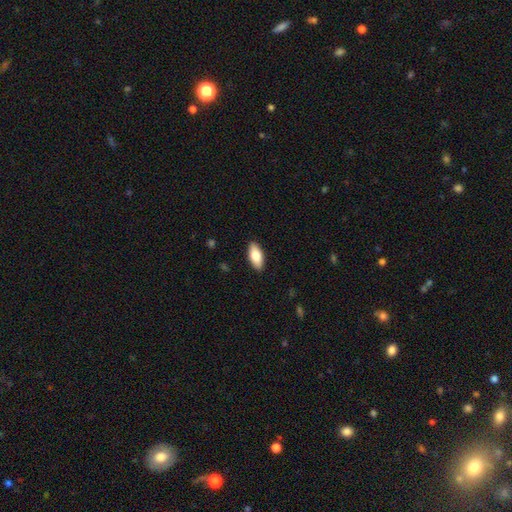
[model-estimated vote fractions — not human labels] Smooth or featured: smooth — 79% (featured or disk — 15%)
How rounded: in between — 88% (cigar-shaped — 10%)
Merging: none — 90% (minor disturbance — 7%)